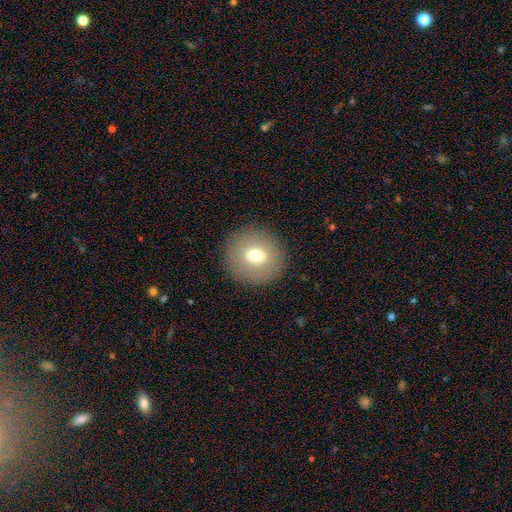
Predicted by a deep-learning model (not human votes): A smooth galaxy with no disk features (67%) that is round (89%).

Vote fractions:
- Smooth or featured? smooth: 67% / featured or disk: 23% / star or artifact: 10%
- How rounded? round: 89% / in between: 10% / cigar-shaped: 1%
- Merging? none: 89% / minor disturbance: 6% / major disturbance: 3% / merger: 1%